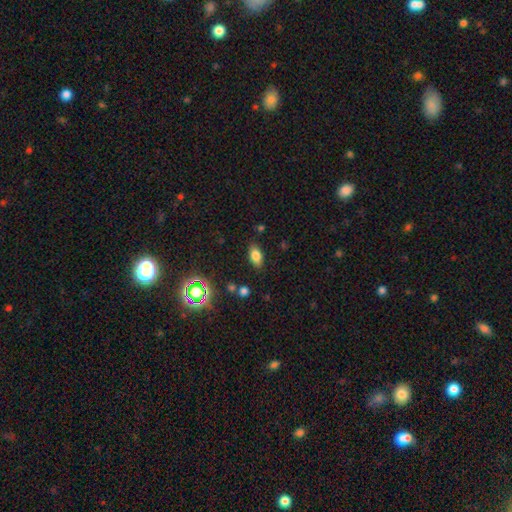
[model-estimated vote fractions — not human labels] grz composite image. It shows a smooth galaxy with no disk features (79%) that is in between round and cigar-shaped (89%). Merging: none (84%).